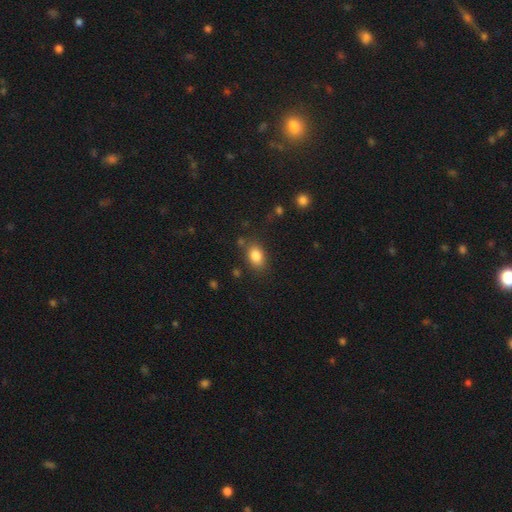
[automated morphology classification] A smooth galaxy with no disk features (84%) that is in between round and cigar-shaped (84%).

Vote fractions:
- Smooth or featured? smooth: 84% / star or artifact: 9% / featured or disk: 7%
- How rounded? in between: 84% / round: 14% / cigar-shaped: 2%
- Merging? none: 80% / minor disturbance: 13% / major disturbance: 4% / merger: 4%